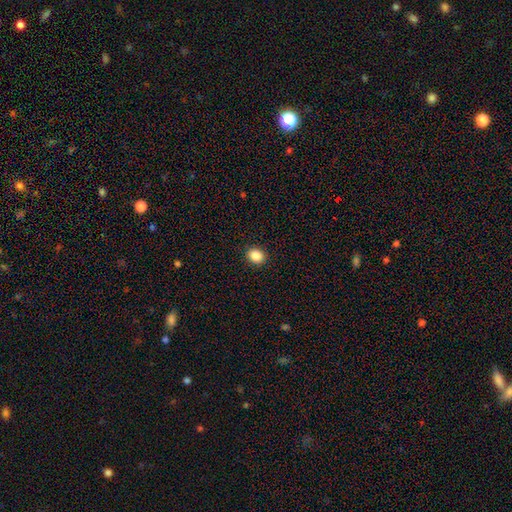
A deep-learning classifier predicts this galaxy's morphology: This appears to be a smooth galaxy with no disk features (87%) that is round (64%). Merging: none (92%).